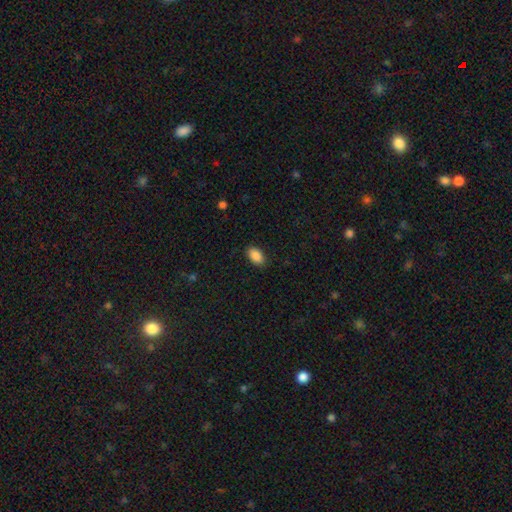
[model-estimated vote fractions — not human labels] smooth 89%, star or artifact 7%, featured or disk 3%. Down the decision tree: how rounded — in between (92%); merging — none (88%).